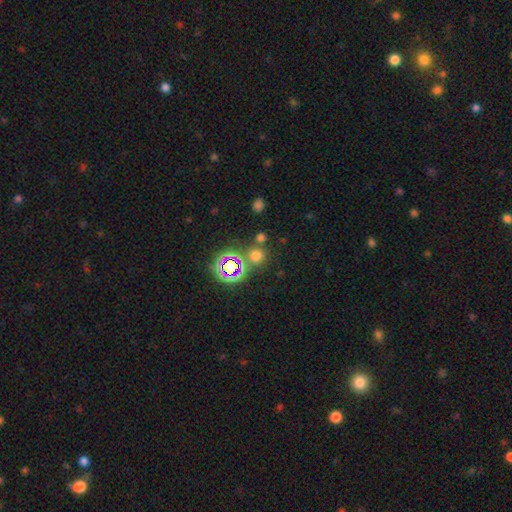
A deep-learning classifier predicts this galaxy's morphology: The model was most divided on "smooth or featured": smooth: 61%, star or artifact: 32%, featured or disk: 7%. More confident: how rounded — round (90%); merging — none (74%).